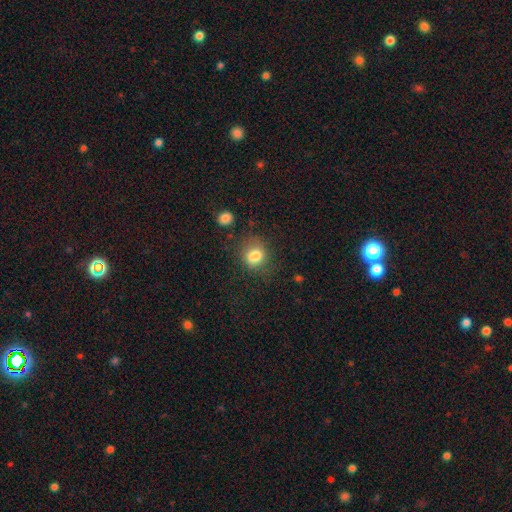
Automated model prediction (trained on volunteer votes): A smooth galaxy with no disk features (80%) that is round (58%). Merging: none (67%).